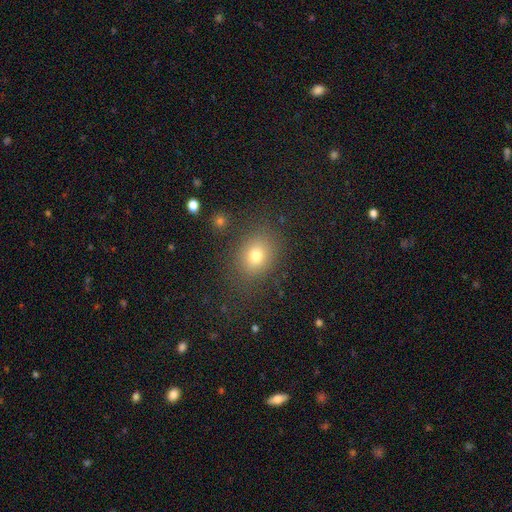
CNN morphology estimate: Overall: smooth (75%). How rounded: in between (50%; round 49%). Merging: none (81%).